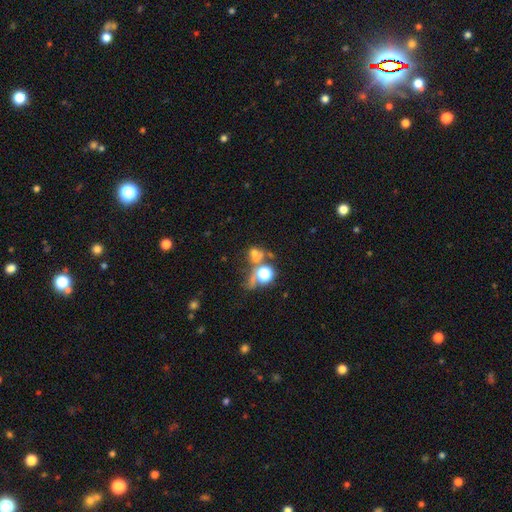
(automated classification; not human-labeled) A smooth galaxy with no disk features (49%).

Vote fractions:
- Smooth or featured? smooth: 49% / star or artifact: 33% / featured or disk: 18%
- Merging? none: 40% / merger: 37% / major disturbance: 13% / minor disturbance: 10%